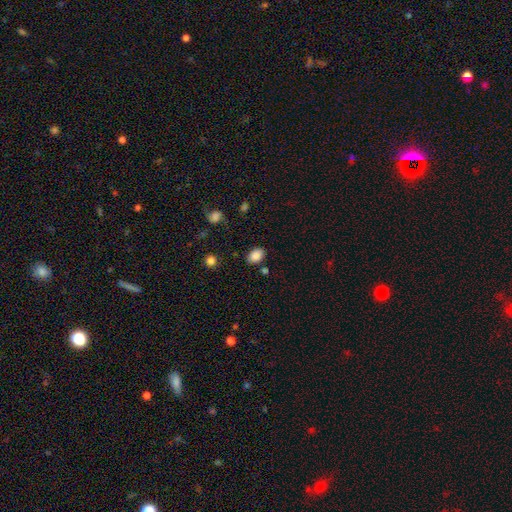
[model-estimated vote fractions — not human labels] Overall: smooth (86%). How rounded: in between (75%). Merging: none (80%).